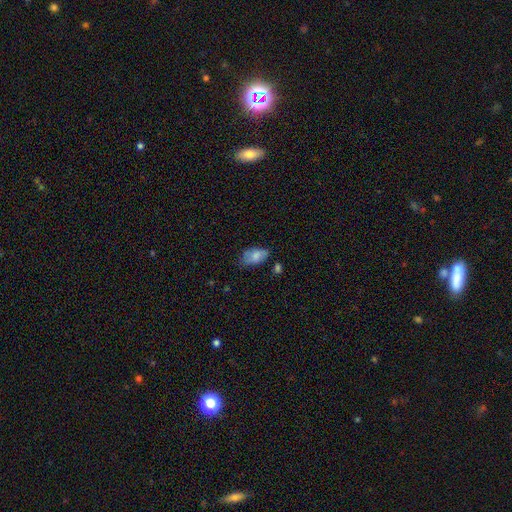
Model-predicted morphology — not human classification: Smooth or featured? Predicted: smooth (p=0.76). How rounded? Predicted: in between (p=0.92). Merging? Predicted: none (p=0.56).